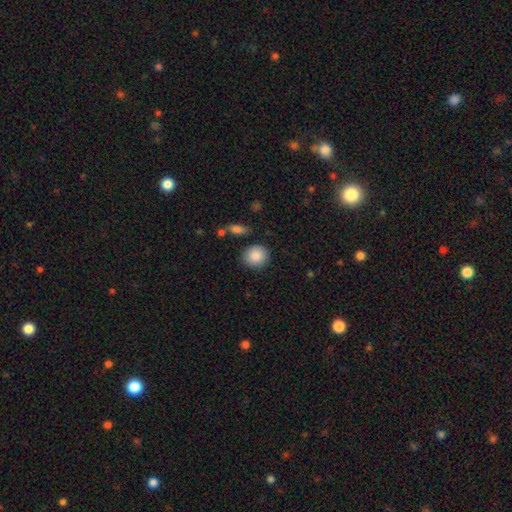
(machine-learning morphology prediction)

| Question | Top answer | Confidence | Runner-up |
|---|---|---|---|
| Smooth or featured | smooth | 88% | star or artifact (7%) |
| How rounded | round | 82% | in between (17%) |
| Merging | none | 84% | minor disturbance (10%) |